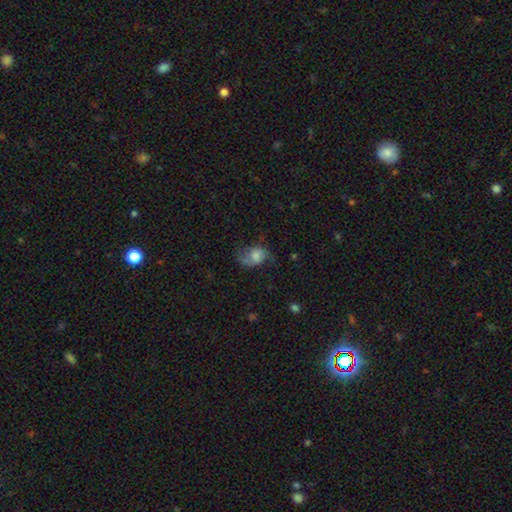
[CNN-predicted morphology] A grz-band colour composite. It shows a smooth galaxy with no disk features (57%) that is in between round and cigar-shaped (68%). Merging: none (46%).